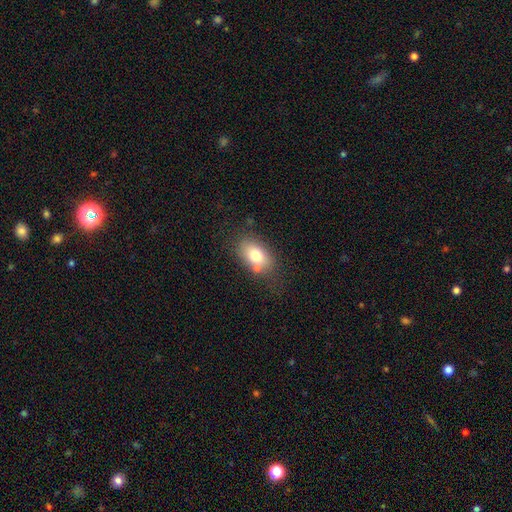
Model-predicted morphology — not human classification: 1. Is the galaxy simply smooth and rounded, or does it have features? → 74% smooth, 17% featured or disk, 9% star or artifact.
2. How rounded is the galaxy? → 84% in between, 15% round, 2% cigar-shaped.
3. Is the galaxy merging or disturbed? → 67% none, 16% minor disturbance, 11% merger, 5% major disturbance.